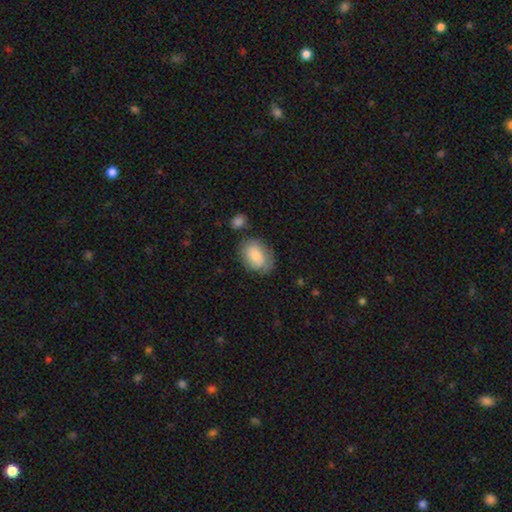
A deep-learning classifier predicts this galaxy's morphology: A smooth galaxy with no disk features (77%) that is in between round and cigar-shaped (74%).

Vote fractions:
- Smooth or featured? smooth: 77% / featured or disk: 17% / star or artifact: 7%
- How rounded? in between: 74% / round: 24% / cigar-shaped: 1%
- Merging? none: 67% / minor disturbance: 21% / major disturbance: 7% / merger: 6%